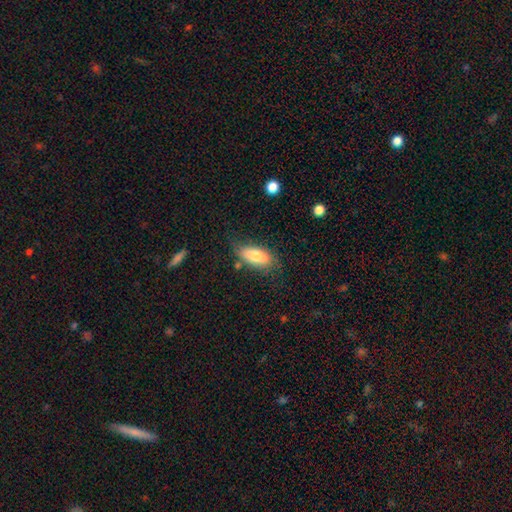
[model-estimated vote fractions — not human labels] Q: Smooth or featured?
A: smooth (80%); runner-up: featured or disk (13%)
Q: How rounded?
A: in between (82%); runner-up: cigar-shaped (15%)
Q: Merging?
A: none (70%); runner-up: minor disturbance (21%)